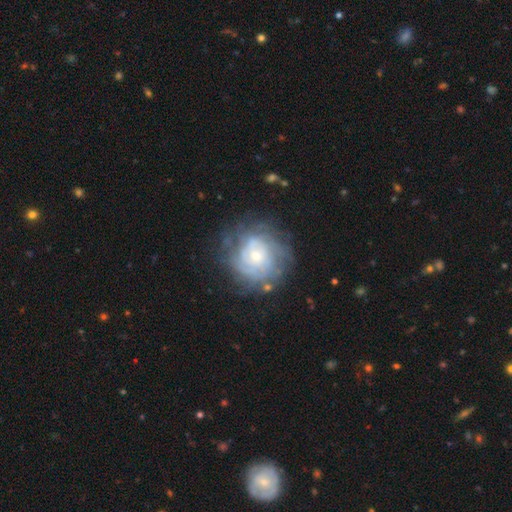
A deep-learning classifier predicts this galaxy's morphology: Smooth or featured: featured or disk — 73% (smooth — 19%)
Edge-on disk: no — 97% (yes — 3%)
Bar: no — 76% (weak — 20%)
Spiral arms: yes — 85% (no — 15%)
Spiral winding: tight — 72% (medium — 21%)
Spiral arm count: can't tell — 56% (4 — 11%)
Bulge size: small — 65% (moderate — 29%)
Merging: none — 72% (minor disturbance — 17%)